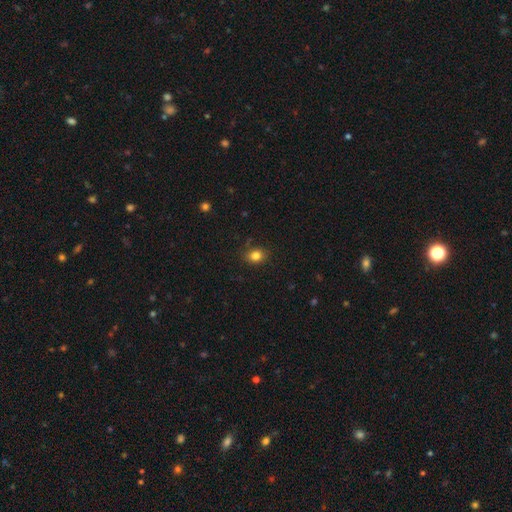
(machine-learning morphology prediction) type=smooth (82%); roundness=round (53%); merging=none (81%).